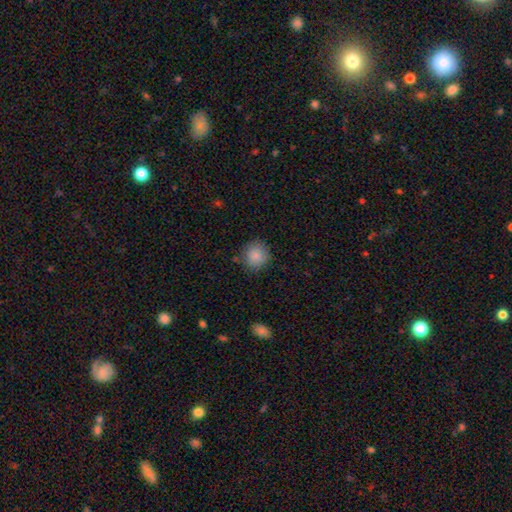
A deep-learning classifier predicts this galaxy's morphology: Smooth or featured?
  - smooth: 87% *
  - star or artifact: 9%
  - featured or disk: 5%
How rounded?
  - round: 89% *
  - in between: 10%
  - cigar-shaped: 1%
Merging?
  - none: 84% *
  - minor disturbance: 11%
  - major disturbance: 3%
  - merger: 2%